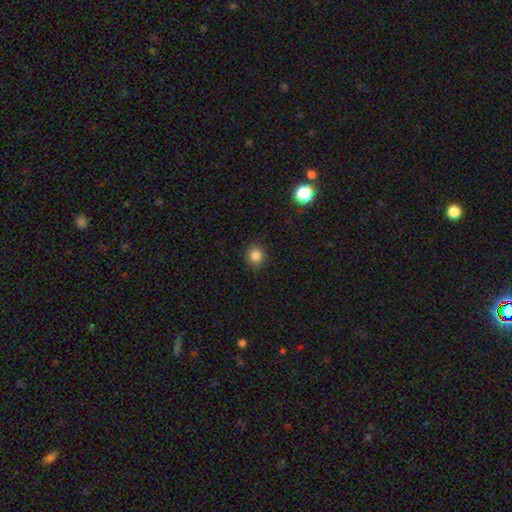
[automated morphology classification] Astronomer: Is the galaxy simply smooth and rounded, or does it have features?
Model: smooth — 84%.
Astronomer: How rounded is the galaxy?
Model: round — 82%.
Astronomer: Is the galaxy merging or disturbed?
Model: none — 88%.